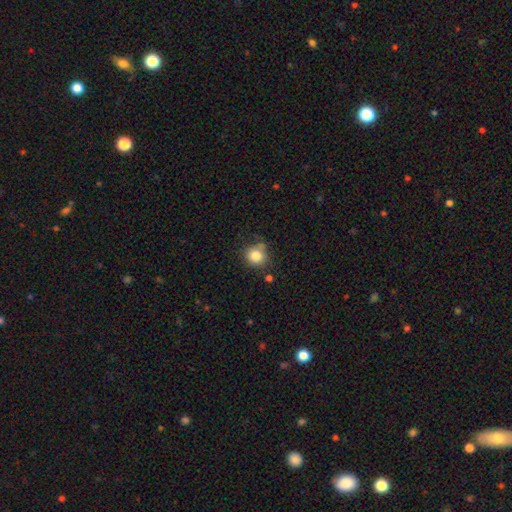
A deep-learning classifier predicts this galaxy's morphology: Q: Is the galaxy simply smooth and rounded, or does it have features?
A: smooth — 82%.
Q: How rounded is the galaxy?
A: round — 84%.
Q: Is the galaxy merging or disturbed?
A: none — 69%.